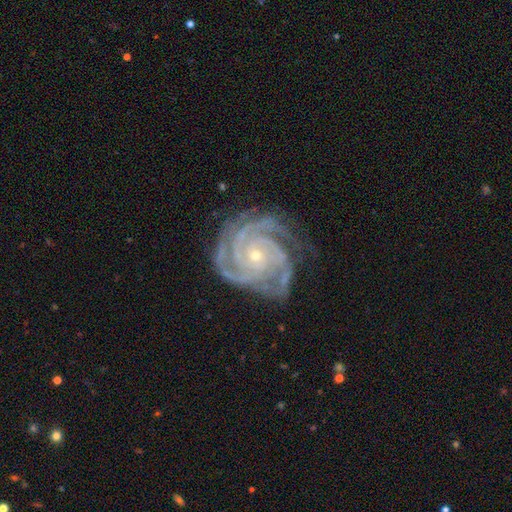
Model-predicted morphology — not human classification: The model was most divided on "spiral arm count": 4: 37%, 3: 32%, can't tell: 8%, more than 4: 8%, 2: 8%, 1: 6%. More confident: spiral arms — yes (99%); edge-on disk — no (98%); smooth or featured — featured or disk (93%); spiral winding — tight (78%); bulge size — small (77%); bar — no (75%); merging — none (73%).